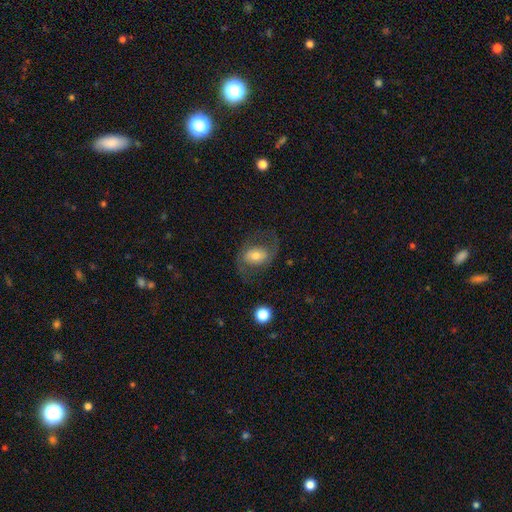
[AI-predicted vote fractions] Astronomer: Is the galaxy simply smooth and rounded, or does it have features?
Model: featured or disk — 63%.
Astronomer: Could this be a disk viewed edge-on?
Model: no — 96%.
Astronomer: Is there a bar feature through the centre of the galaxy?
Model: no — 52% (runner-up: weak, 33%).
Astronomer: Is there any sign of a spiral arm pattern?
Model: yes — 84%.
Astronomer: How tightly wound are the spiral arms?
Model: medium — 45% (runner-up: loose, 43%).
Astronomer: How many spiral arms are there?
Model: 2 — 89%.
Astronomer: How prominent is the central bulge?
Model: moderate — 55%.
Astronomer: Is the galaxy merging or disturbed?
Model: none — 64%.